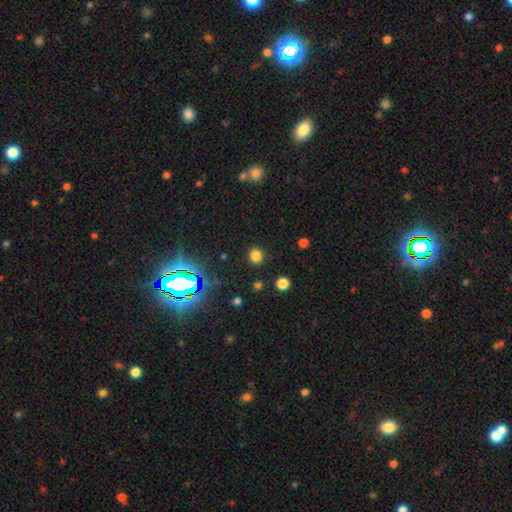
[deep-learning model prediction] The model was most divided on "smooth or featured": smooth: 76%, star or artifact: 19%, featured or disk: 5%. More confident: merging — none (89%); how rounded — round (84%).